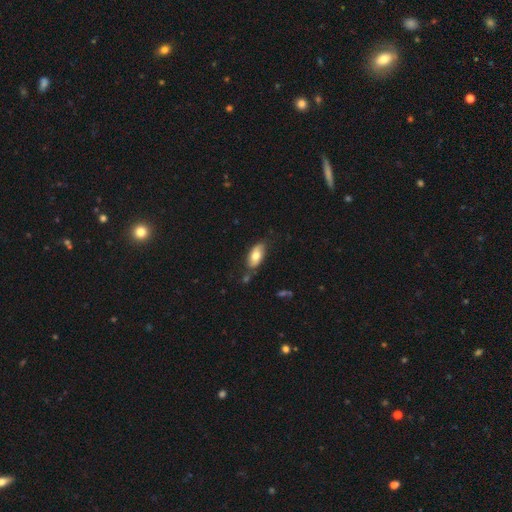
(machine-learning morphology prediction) The model was most divided on "smooth or featured": smooth: 71%, featured or disk: 22%, star or artifact: 7%. More confident: how rounded — in between (90%); merging — none (71%).